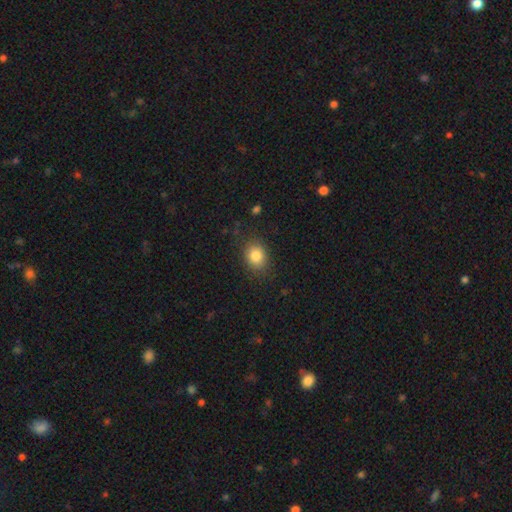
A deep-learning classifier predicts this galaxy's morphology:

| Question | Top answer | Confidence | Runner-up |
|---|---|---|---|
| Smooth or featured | smooth | 84% | star or artifact (10%) |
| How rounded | in between | 50% | round (49%) |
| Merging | none | 84% | minor disturbance (12%) |